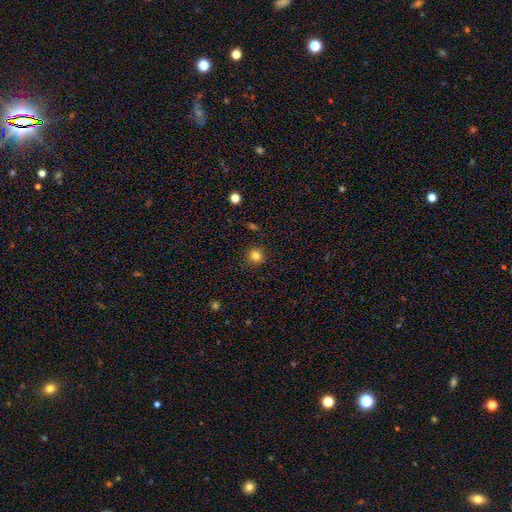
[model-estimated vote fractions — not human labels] smooth 83%, star or artifact 12%, featured or disk 5%. Down the decision tree: how rounded — round (91%); merging — none (90%).